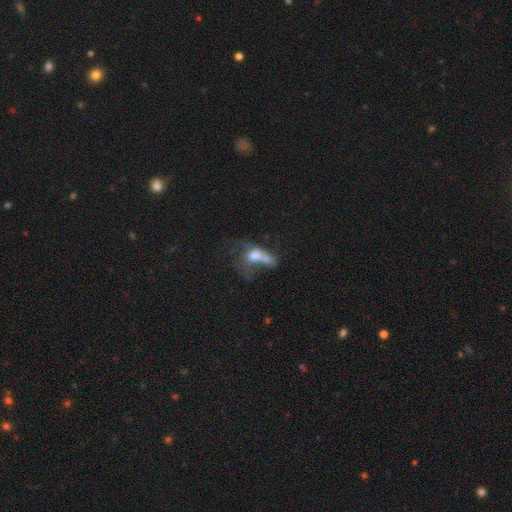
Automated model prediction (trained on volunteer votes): A smooth galaxy with no disk features (47%).

Vote fractions:
- Smooth or featured? smooth: 47% / featured or disk: 39% / star or artifact: 14%
- Merging? merger: 44% / major disturbance: 31% / none: 15% / minor disturbance: 9%